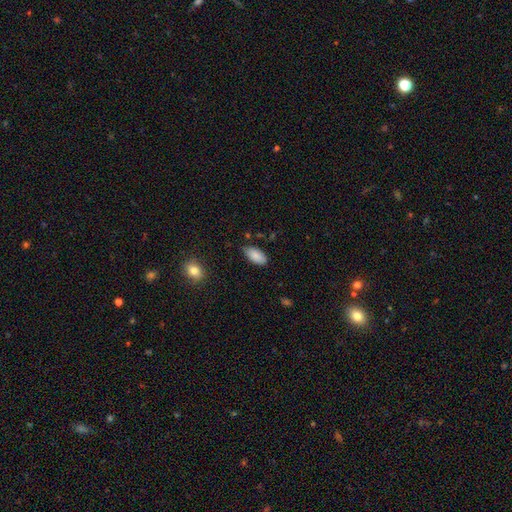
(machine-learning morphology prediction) A smooth galaxy with no disk features (86%) that is in between round and cigar-shaped (94%).

Vote fractions:
- Smooth or featured? smooth: 86% / star or artifact: 7% / featured or disk: 7%
- How rounded? in between: 94% / cigar-shaped: 4% / round: 2%
- Merging? none: 78% / minor disturbance: 17% / major disturbance: 3% / merger: 2%